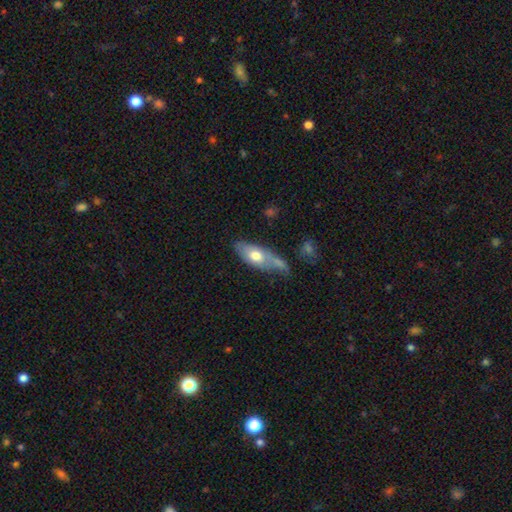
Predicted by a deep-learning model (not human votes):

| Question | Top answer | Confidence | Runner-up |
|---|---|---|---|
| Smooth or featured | smooth | 62% | featured or disk (32%) |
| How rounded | in between | 79% | cigar-shaped (17%) |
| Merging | none | 43% | minor disturbance (26%) |